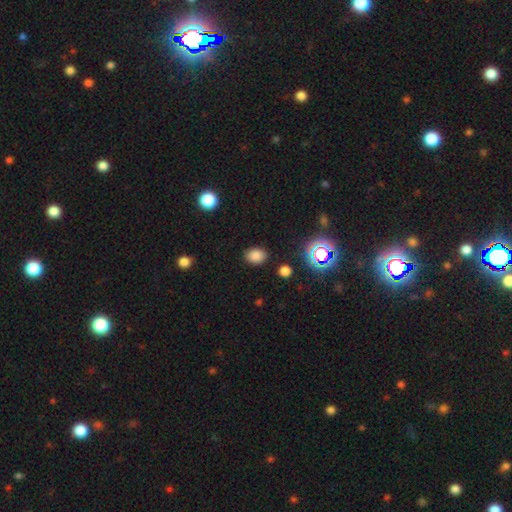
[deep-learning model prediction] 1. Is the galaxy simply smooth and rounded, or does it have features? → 81% smooth, 15% star or artifact, 4% featured or disk.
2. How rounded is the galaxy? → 70% in between, 29% round, 1% cigar-shaped.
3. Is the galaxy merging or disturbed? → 85% none, 10% minor disturbance, 3% major disturbance, 2% merger.